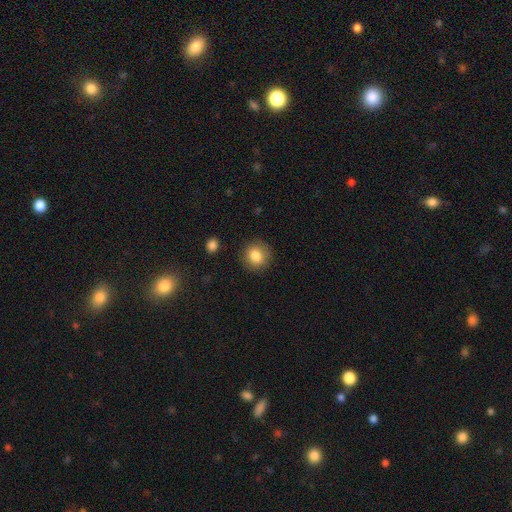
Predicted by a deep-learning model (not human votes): Smooth or featured?
  - smooth: 83% *
  - star or artifact: 9%
  - featured or disk: 7%
How rounded?
  - round: 86% *
  - in between: 13%
  - cigar-shaped: 1%
Merging?
  - none: 88% *
  - minor disturbance: 8%
  - major disturbance: 3%
  - merger: 1%